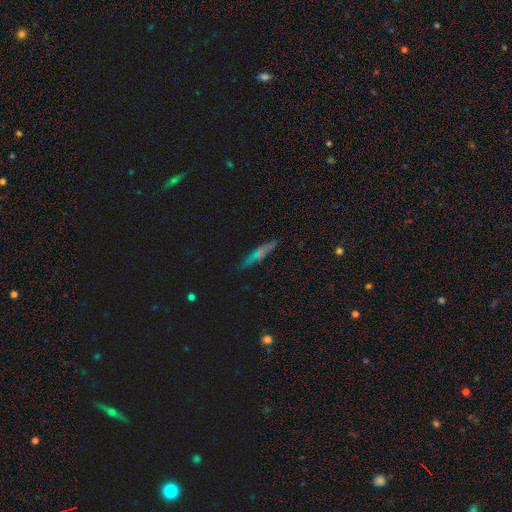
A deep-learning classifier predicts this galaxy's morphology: The model was most divided on "smooth or featured": featured or disk: 46%, smooth: 37%, star or artifact: 16%. More confident: merging — none (84%).